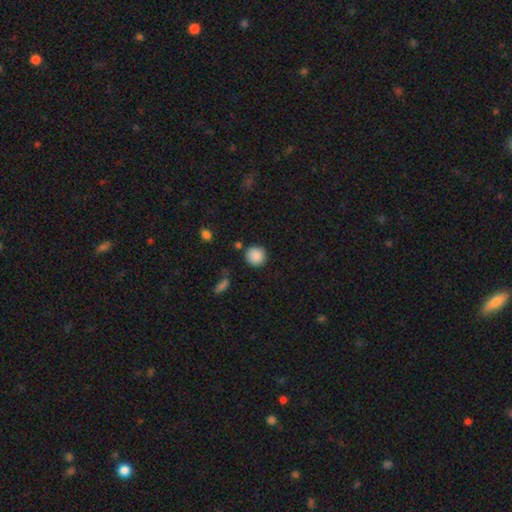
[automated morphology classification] Smooth or featured? Predicted: smooth (p=0.88). How rounded? Predicted: round (p=0.92). Merging? Predicted: none (p=0.86).